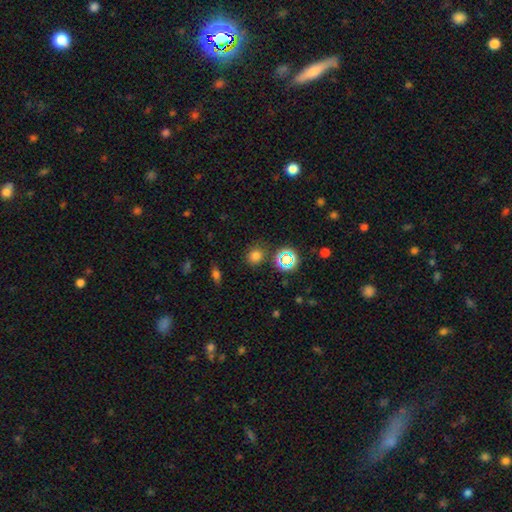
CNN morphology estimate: The model was most divided on "smooth or featured": smooth: 72%, star or artifact: 23%, featured or disk: 6%. More confident: merging — none (83%); how rounded — round (82%).